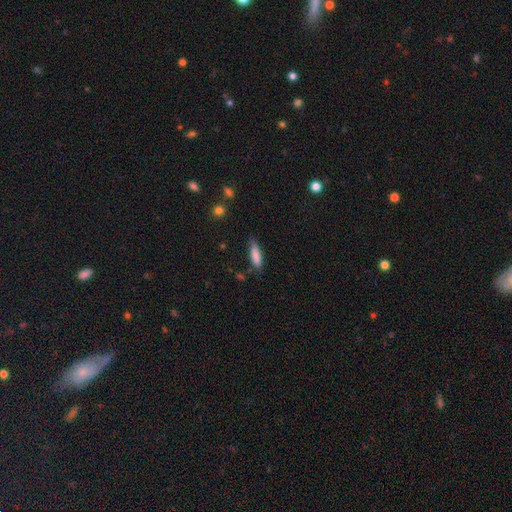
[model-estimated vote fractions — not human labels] A smooth galaxy with no disk features (84%) that is cigar-shaped (49%, tied with in between).

Vote fractions:
- Smooth or featured? smooth: 84% / featured or disk: 10% / star or artifact: 7%
- How rounded? cigar-shaped: 49% (tied) / in between: 49% (tied) / round: 2%
- Merging? none: 68% / minor disturbance: 25% / major disturbance: 5% / merger: 3%